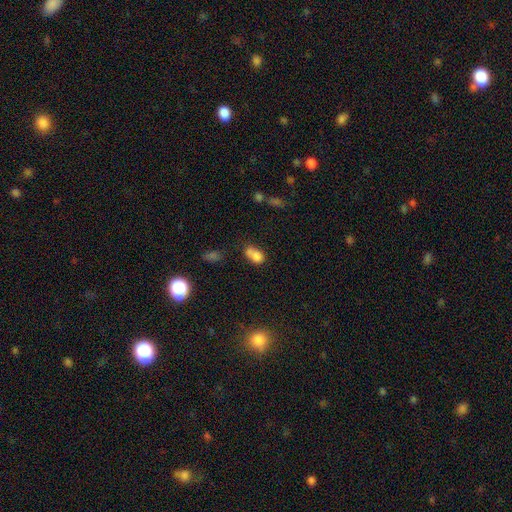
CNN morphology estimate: smooth_or_featured: smooth (p=0.75) [alt: featured or disk p=0.13]
how_rounded: in between (p=0.70) [alt: round p=0.28]
merging: merger (p=0.48) [alt: none p=0.28]